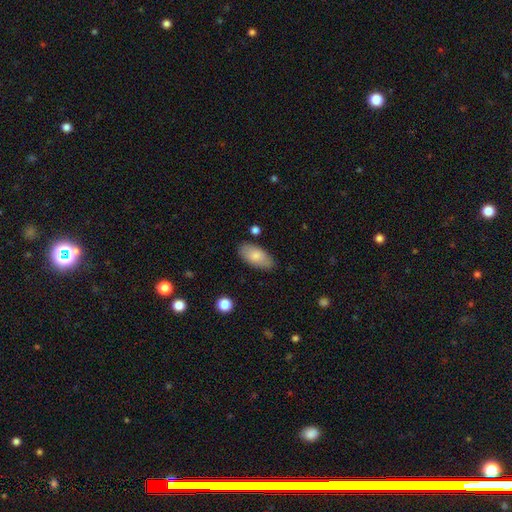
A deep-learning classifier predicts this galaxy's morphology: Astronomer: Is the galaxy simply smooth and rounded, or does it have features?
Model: smooth — 82%.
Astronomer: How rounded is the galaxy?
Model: in between — 93%.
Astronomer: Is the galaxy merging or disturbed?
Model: none — 81%.